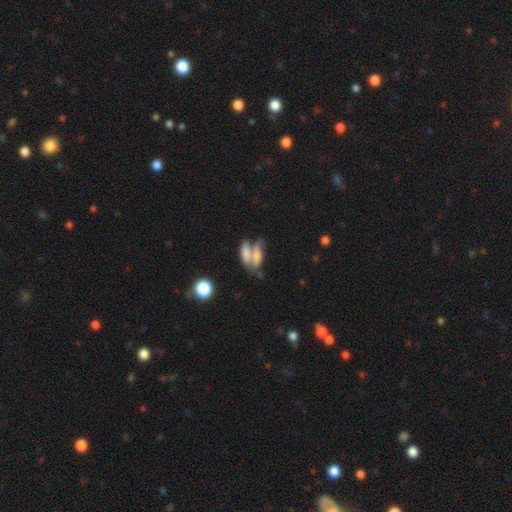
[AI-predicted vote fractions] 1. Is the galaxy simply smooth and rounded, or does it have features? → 60% smooth, 30% featured or disk, 10% star or artifact.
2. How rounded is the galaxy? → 71% in between, 23% cigar-shaped, 6% round.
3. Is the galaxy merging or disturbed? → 63% merger, 23% none, 8% minor disturbance, 7% major disturbance.